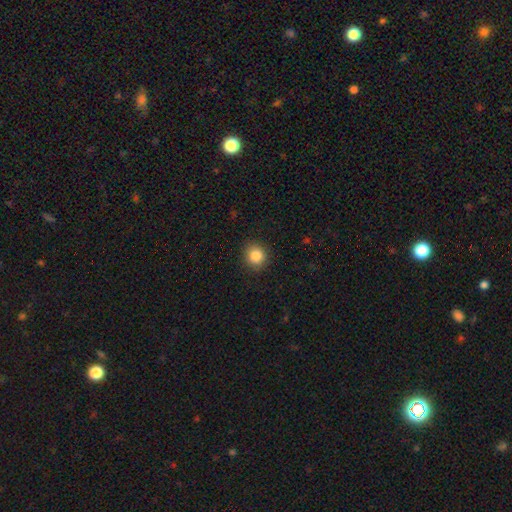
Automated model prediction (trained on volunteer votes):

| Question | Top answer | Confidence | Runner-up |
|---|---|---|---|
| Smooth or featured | smooth | 85% | star or artifact (10%) |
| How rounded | round | 90% | in between (9%) |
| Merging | none | 91% | minor disturbance (6%) |